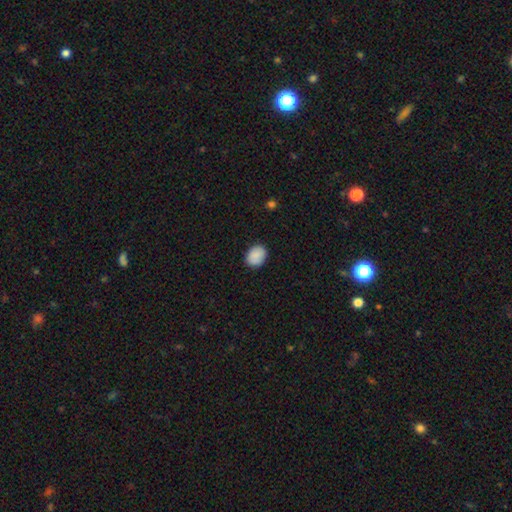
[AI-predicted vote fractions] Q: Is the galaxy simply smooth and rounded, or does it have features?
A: smooth — 89%.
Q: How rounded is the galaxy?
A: in between — 61%.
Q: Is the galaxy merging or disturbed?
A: none — 87%.